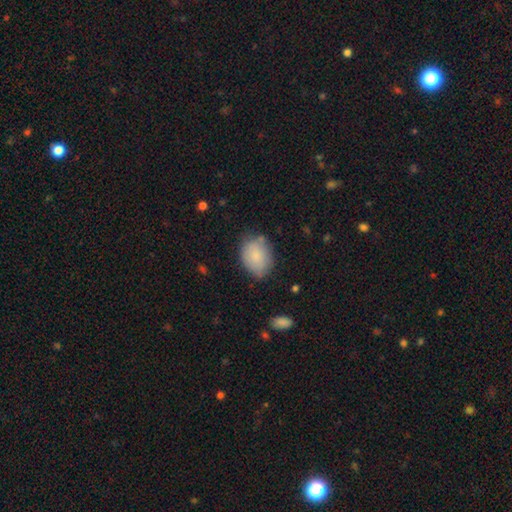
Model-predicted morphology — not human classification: type=smooth (84%); roundness=in between (71%); merging=none (70%).